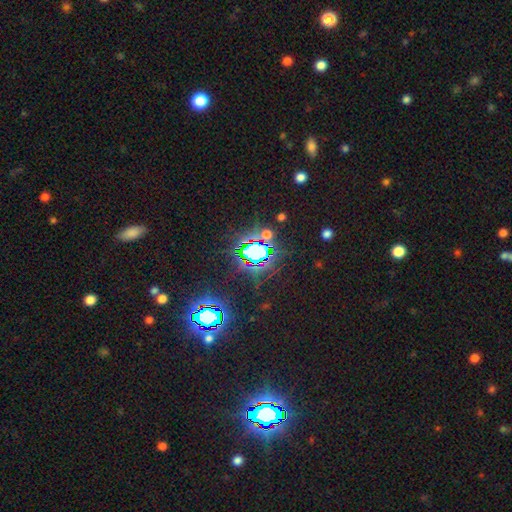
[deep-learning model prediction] This appears to be a star or artifact, not a galaxy (83%).